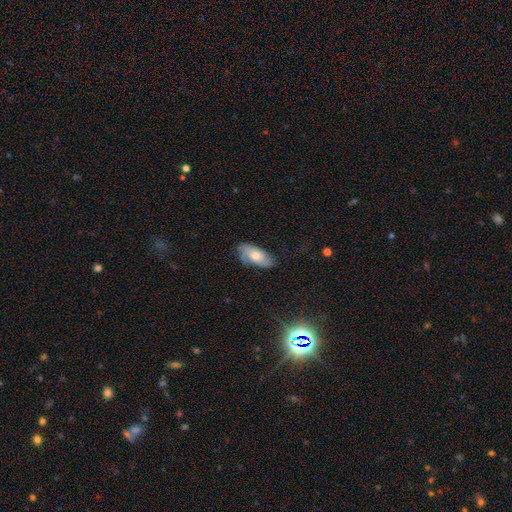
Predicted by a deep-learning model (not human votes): The model was most divided on "smooth or featured": smooth: 66%, featured or disk: 26%, star or artifact: 7%. More confident: how rounded — in between (88%); merging — none (69%).